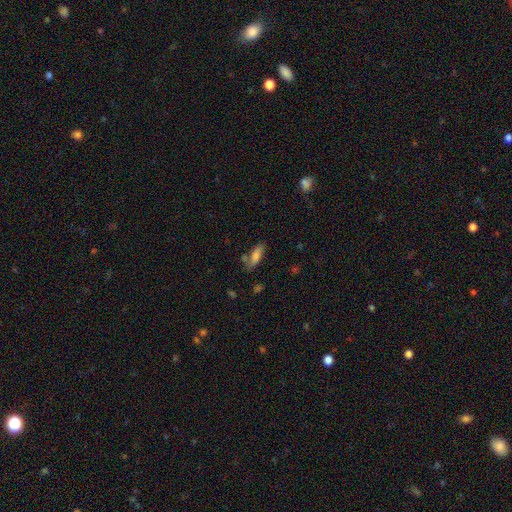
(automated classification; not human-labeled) Smooth or featured?
  - smooth: 74% *
  - featured or disk: 18%
  - star or artifact: 8%
How rounded?
  - in between: 60% *
  - cigar-shaped: 38%
  - round: 2%
Merging?
  - none: 65% *
  - minor disturbance: 19%
  - merger: 11%
  - major disturbance: 5%